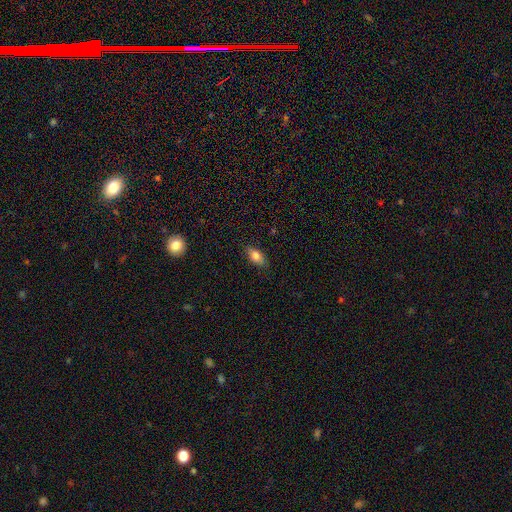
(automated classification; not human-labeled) smooth 79%, featured or disk 13%, star or artifact 8%. Down the decision tree: how rounded — in between (85%); merging — none (85%).